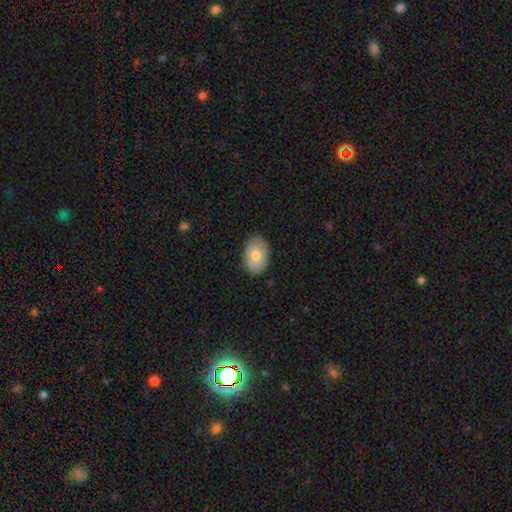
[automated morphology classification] type=smooth (76%); roundness=in between (89%); merging=none (85%).